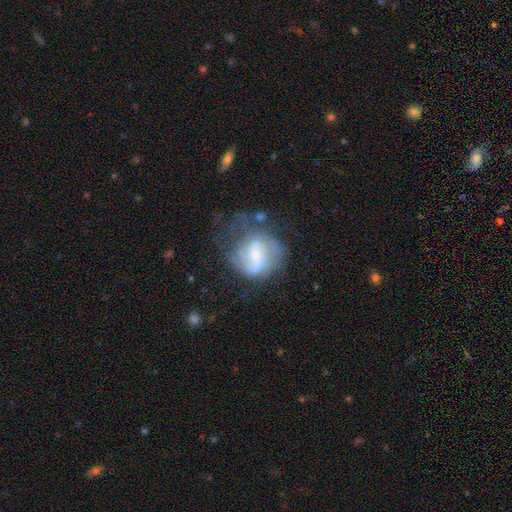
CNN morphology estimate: type=featured or disk (68%); edge-on=no (98%); bar=weak (49%); spiral arms=yes (82%); winding=medium (44%); arm count=2 (53%); bulge=small (41%); merging=none (41%).